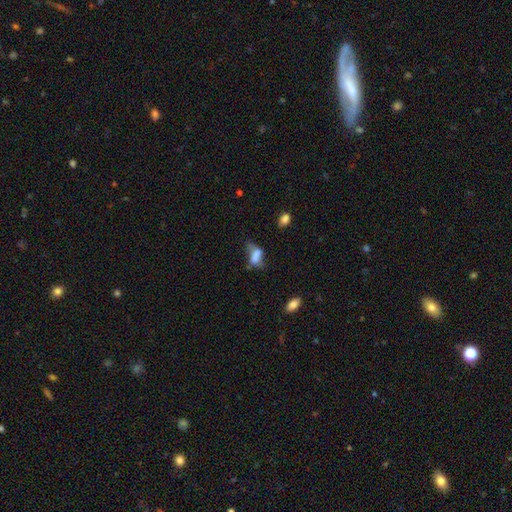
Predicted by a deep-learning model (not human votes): Q: Smooth or featured?
A: smooth (66%); runner-up: featured or disk (22%)
Q: How rounded?
A: in between (81%); runner-up: cigar-shaped (12%)
Q: Merging?
A: none (31%); runner-up: minor disturbance (29%)